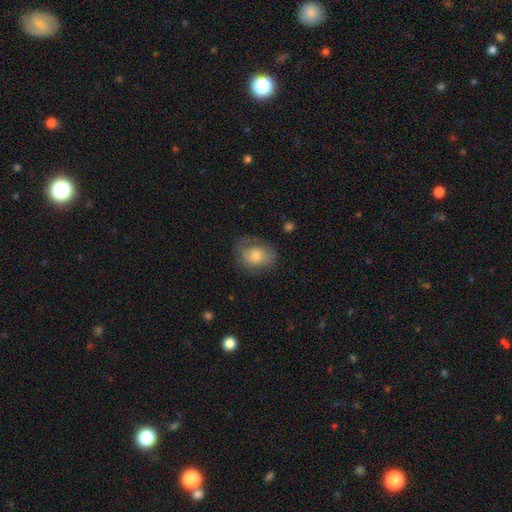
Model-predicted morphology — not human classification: The model was most divided on "how rounded": round: 50%, in between: 49%, cigar-shaped: 1%. More confident: merging — none (65%); smooth or featured — smooth (56%).